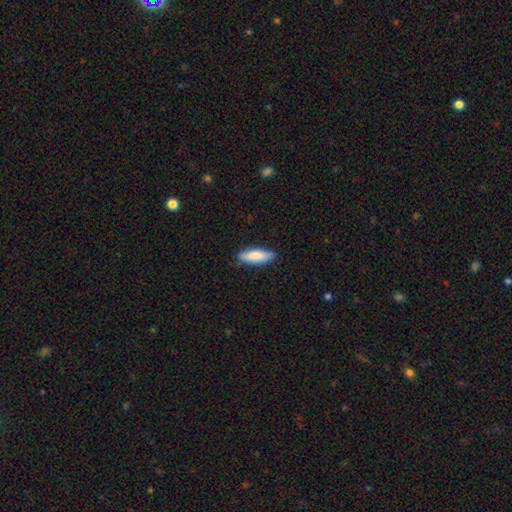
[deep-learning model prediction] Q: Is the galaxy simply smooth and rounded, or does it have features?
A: smooth — 81%.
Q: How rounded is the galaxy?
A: in between — 54%.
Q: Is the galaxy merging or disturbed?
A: none — 84%.